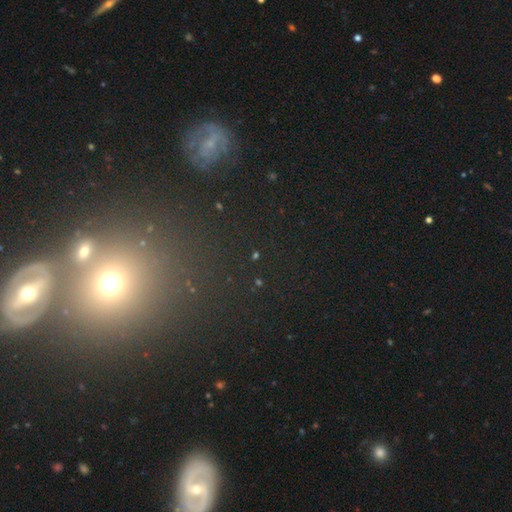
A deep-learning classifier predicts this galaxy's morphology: This appears to be a star or artifact, not a galaxy (64%).